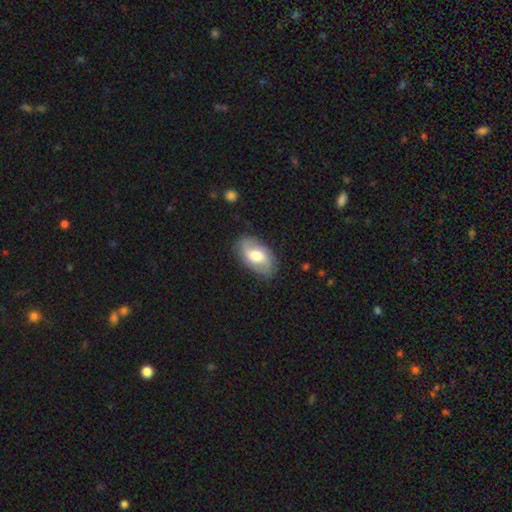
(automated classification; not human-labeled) This appears to be a featured or disk galaxy (55%) with a weak bar (46%), spiral arms (83%) and a moderate central bulge (61%). Merging: none (80%).